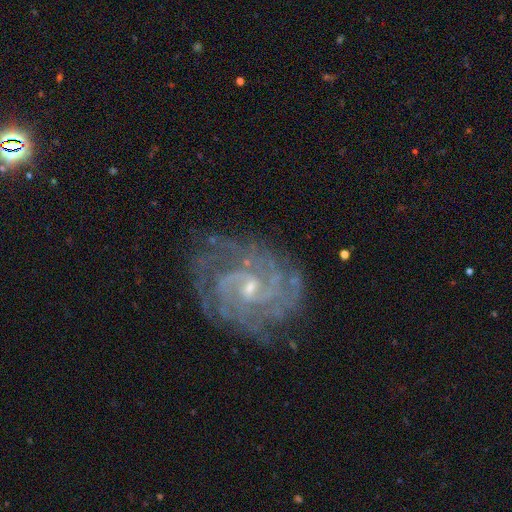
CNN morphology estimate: The model was most divided on "spiral arm count": can't tell: 25%, 4: 18%, 3: 18%, 2: 17%, more than 4: 12%, 1: 9%. More confident: spiral arms — yes (98%); edge-on disk — no (97%); smooth or featured — featured or disk (84%); merging — none (79%); spiral winding — tight (74%); bulge size — small (65%); bar — no (53%).